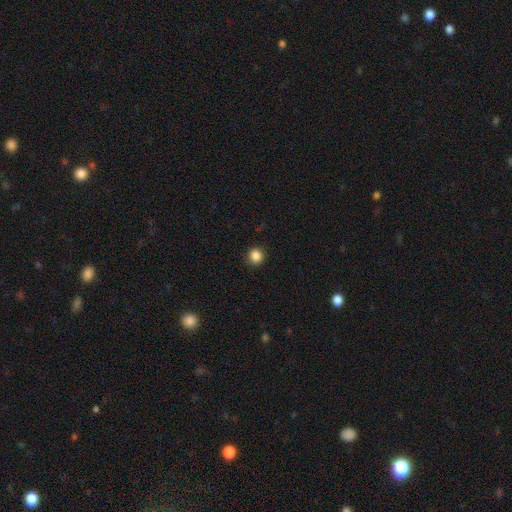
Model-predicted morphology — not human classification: A smooth galaxy with no disk features (86%) that is round (89%).

Vote fractions:
- Smooth or featured? smooth: 86% / star or artifact: 11% / featured or disk: 3%
- How rounded? round: 89% / in between: 10% / cigar-shaped: 1%
- Merging? none: 90% / minor disturbance: 7% / major disturbance: 2% / merger: 1%